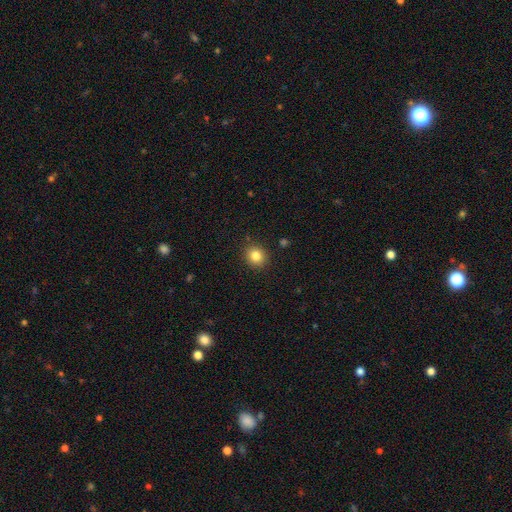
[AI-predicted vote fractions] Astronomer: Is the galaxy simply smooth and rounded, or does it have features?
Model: smooth — 83%.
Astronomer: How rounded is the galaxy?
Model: round — 80%.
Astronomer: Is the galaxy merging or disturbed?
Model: none — 90%.